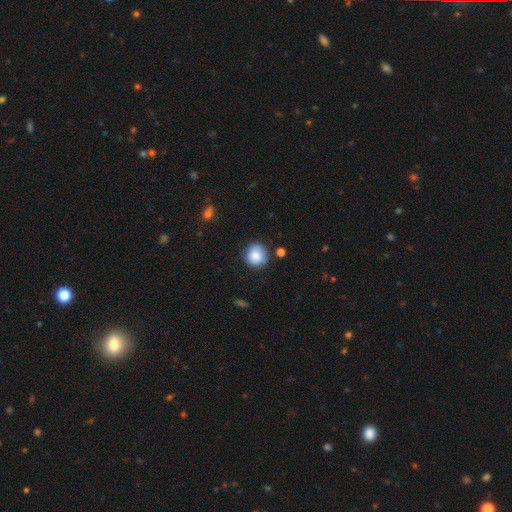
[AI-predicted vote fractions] Overall: smooth (85%). How rounded: round (92%). Merging: none (80%).